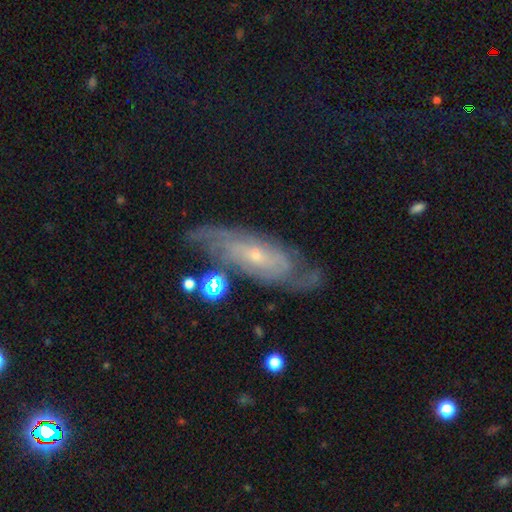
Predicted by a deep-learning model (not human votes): Smooth or featured? featured or disk (75%)
Edge-on disk? no (83%)
Bar? no (58%)
Spiral arms? yes (89%)
Spiral winding? tight (54%)
Spiral arm count? can't tell (45%)
Bulge size? small (70%)
Merging? none (66%)